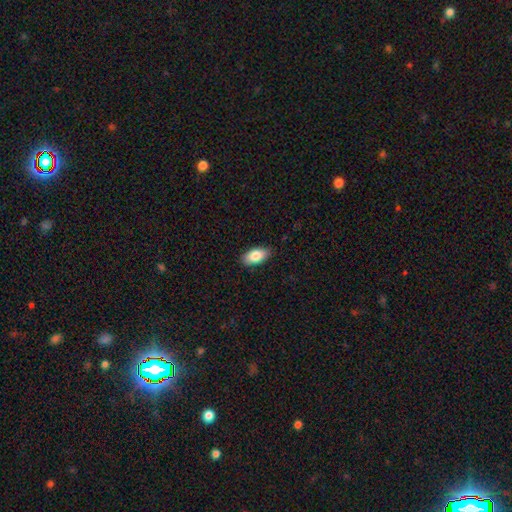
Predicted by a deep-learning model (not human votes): This is clearly a smooth galaxy (83%). How rounded: clearly in between (92%). Merging: clearly none (87%).